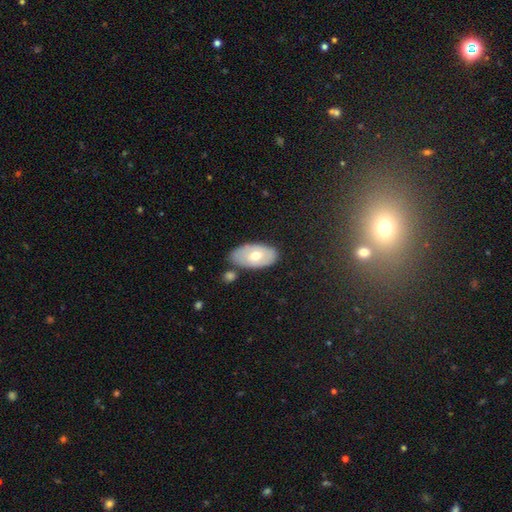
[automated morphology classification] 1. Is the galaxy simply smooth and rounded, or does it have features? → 59% smooth, 34% featured or disk, 7% star or artifact.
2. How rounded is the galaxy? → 94% in between, 4% round, 2% cigar-shaped.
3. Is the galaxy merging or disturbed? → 72% none, 17% minor disturbance, 7% merger, 4% major disturbance.